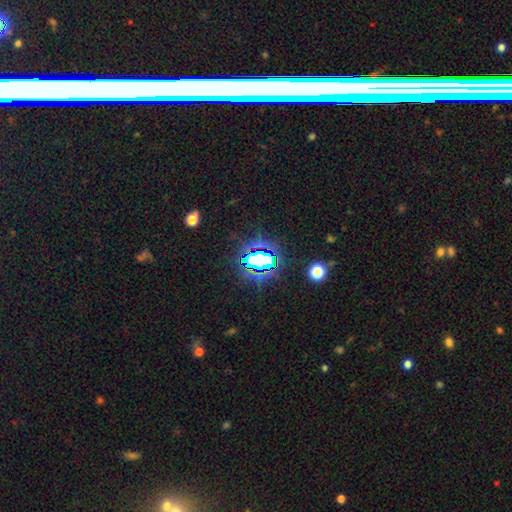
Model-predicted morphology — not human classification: smooth_or_featured: star or artifact (p=0.77) [alt: smooth p=0.15]